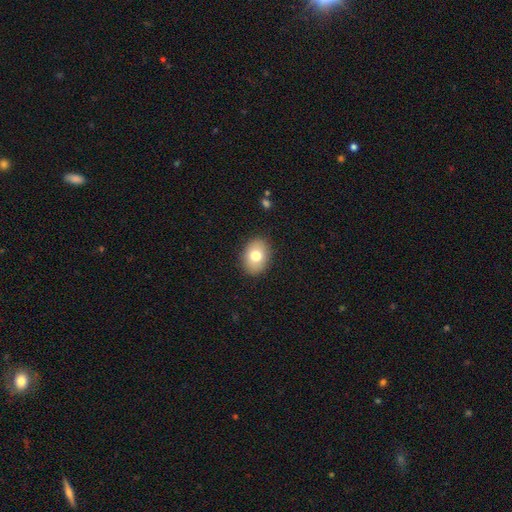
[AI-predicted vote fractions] This appears to be a smooth galaxy with no disk features (76%) that is in between round and cigar-shaped (72%). Merging: none (88%).